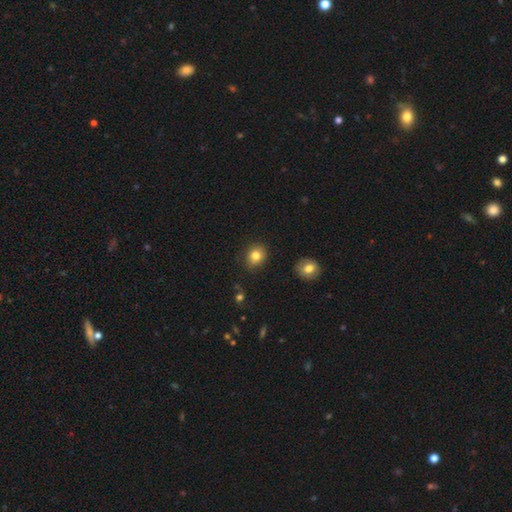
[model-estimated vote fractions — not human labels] smooth_or_featured: smooth (p=0.82) [alt: star or artifact p=0.11]
how_rounded: round (p=0.70) [alt: in between p=0.29]
merging: none (p=0.83) [alt: minor disturbance p=0.12]